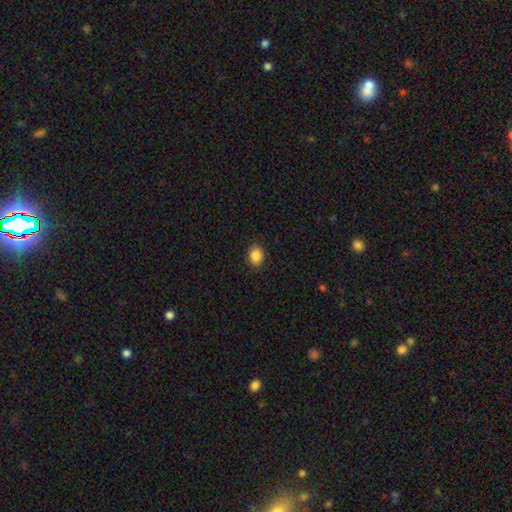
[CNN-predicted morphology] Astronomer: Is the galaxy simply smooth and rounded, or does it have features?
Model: smooth — 87%.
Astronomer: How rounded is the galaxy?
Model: in between — 60% (runner-up: round, 39%).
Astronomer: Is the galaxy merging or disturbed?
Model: none — 90%.